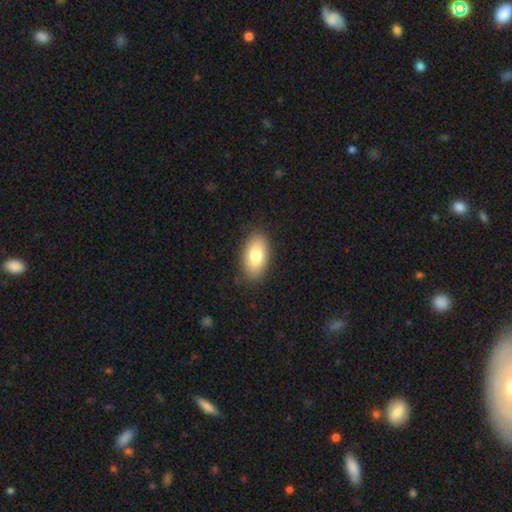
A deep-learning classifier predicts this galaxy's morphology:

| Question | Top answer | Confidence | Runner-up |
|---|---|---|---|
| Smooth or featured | smooth | 81% | featured or disk (12%) |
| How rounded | in between | 93% | round (4%) |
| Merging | none | 86% | minor disturbance (11%) |